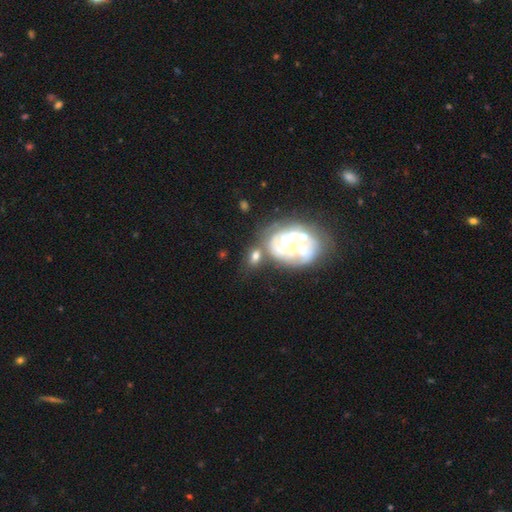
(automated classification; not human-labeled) Overall: featured or disk (48%; smooth 42%). Merging: none (49%; merger 20%).